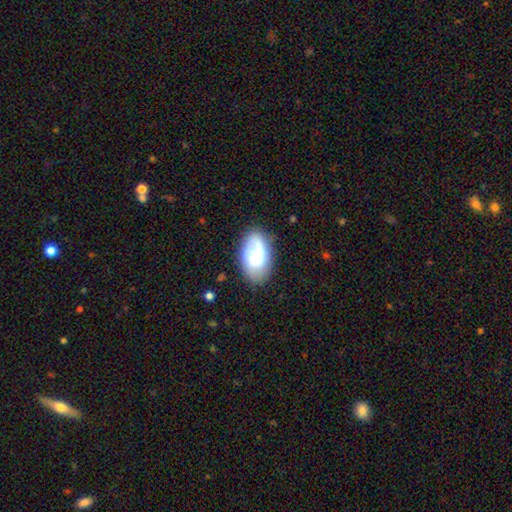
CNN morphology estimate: Smooth or featured?
  - smooth: 61% *
  - featured or disk: 31%
  - star or artifact: 7%
How rounded?
  - in between: 92% *
  - round: 7%
  - cigar-shaped: 2%
Merging?
  - none: 74% *
  - minor disturbance: 17%
  - major disturbance: 6%
  - merger: 2%